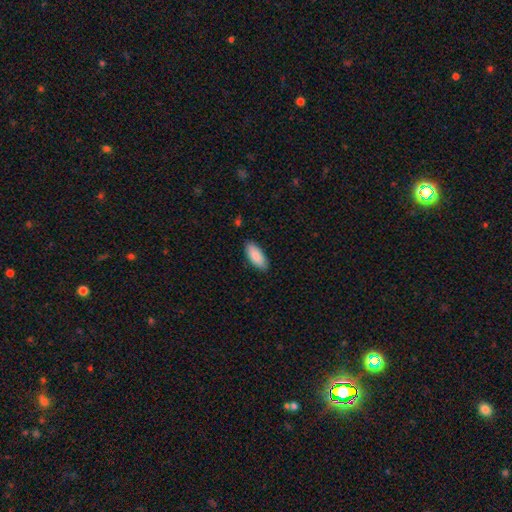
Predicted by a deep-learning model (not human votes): Smooth or featured?
  - smooth: 88% *
  - featured or disk: 6%
  - star or artifact: 6%
How rounded?
  - in between: 84% *
  - cigar-shaped: 14%
  - round: 2%
Merging?
  - none: 87% *
  - minor disturbance: 9%
  - major disturbance: 2%
  - merger: 1%